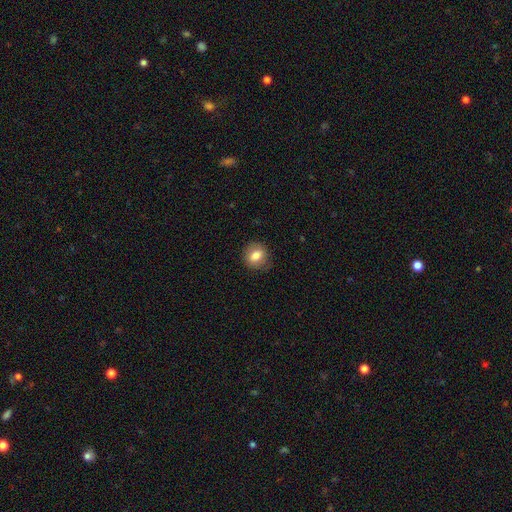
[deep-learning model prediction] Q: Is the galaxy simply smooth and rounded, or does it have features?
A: smooth — 79%.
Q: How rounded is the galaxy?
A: round — 74%.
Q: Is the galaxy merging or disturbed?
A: none — 84%.